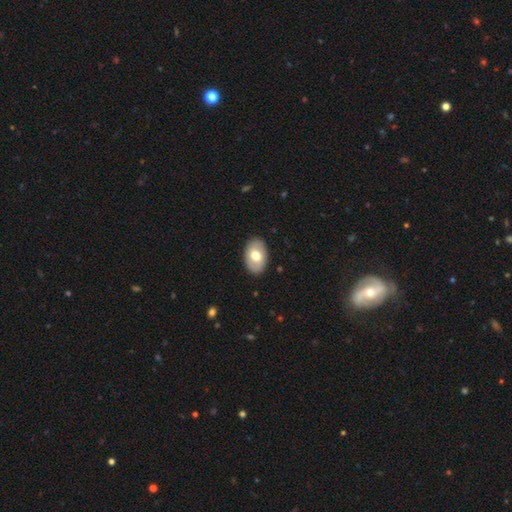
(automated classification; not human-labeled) smooth-or-featured: smooth: 68% | featured or disk: 26% | star or artifact: 6%
  how-rounded: in between: 89% | round: 10% | cigar-shaped: 1%
  merging: none: 89% | minor disturbance: 8% | major disturbance: 2% | merger: 1%